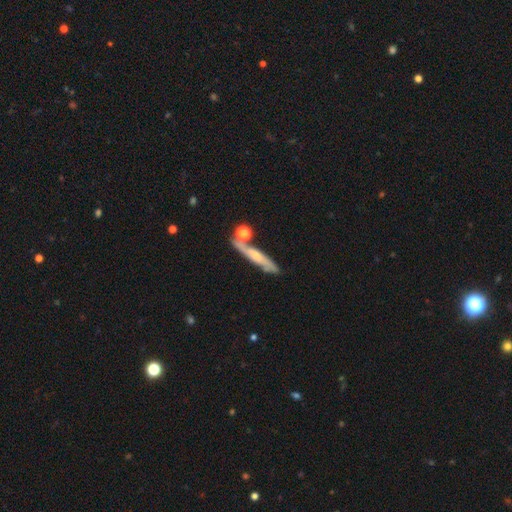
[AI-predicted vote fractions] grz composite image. It shows a featured or disk galaxy (50%) viewed edge-on (77%). Merging: none (66%).